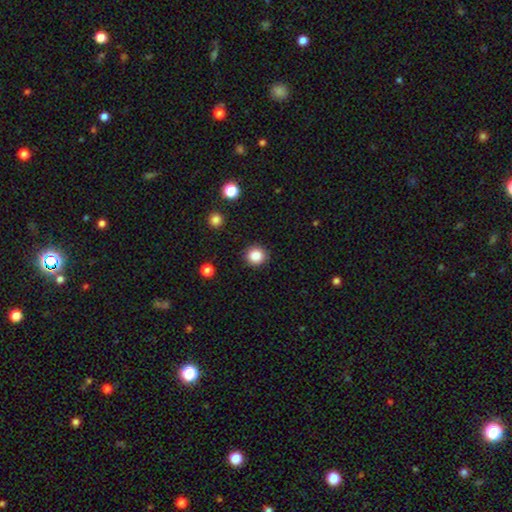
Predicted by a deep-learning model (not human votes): smooth-or-featured: smooth: 85% | star or artifact: 11% | featured or disk: 4%
  how-rounded: round: 93% | in between: 6% | cigar-shaped: 1%
  merging: none: 91% | minor disturbance: 6% | major disturbance: 2% | merger: 1%